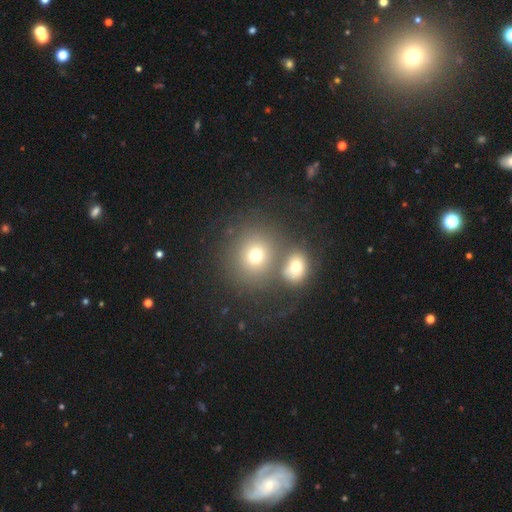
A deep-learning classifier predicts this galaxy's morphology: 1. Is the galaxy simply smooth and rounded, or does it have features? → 70% smooth, 16% star or artifact, 14% featured or disk.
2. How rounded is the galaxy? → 81% round, 18% in between, 1% cigar-shaped.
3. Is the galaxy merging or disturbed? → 54% none, 31% merger, 9% minor disturbance, 6% major disturbance.